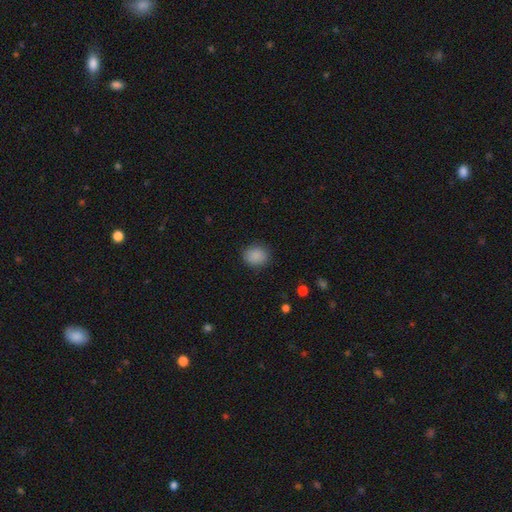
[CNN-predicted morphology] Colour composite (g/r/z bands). It shows a smooth galaxy with no disk features (88%) that is round (73%). Merging: none (88%).